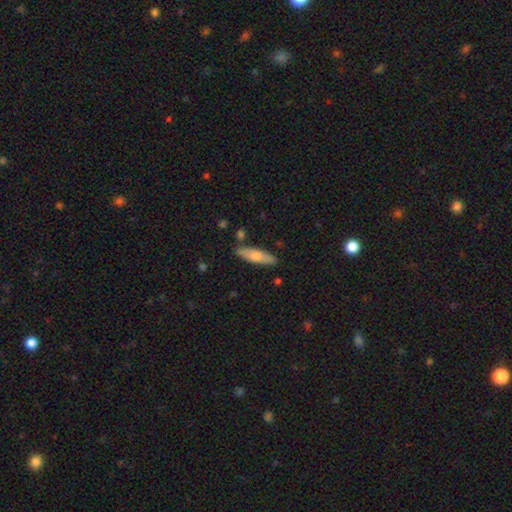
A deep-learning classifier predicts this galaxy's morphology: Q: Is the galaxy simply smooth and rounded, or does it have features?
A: smooth — 63%.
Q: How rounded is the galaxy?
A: cigar-shaped — 67%.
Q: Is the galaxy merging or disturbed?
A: none — 85%.